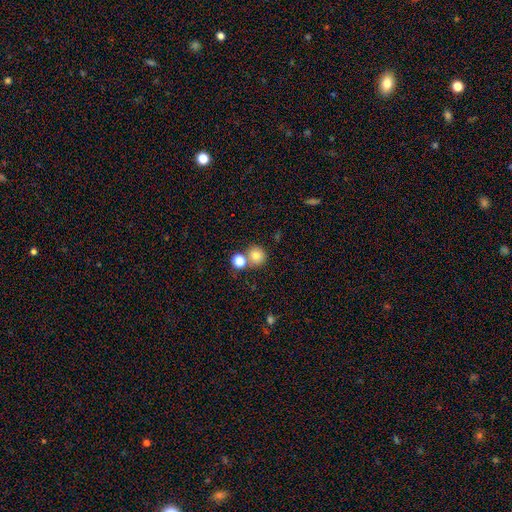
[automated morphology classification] A smooth galaxy with no disk features (79%) that is round (91%). Merging: none (65%).